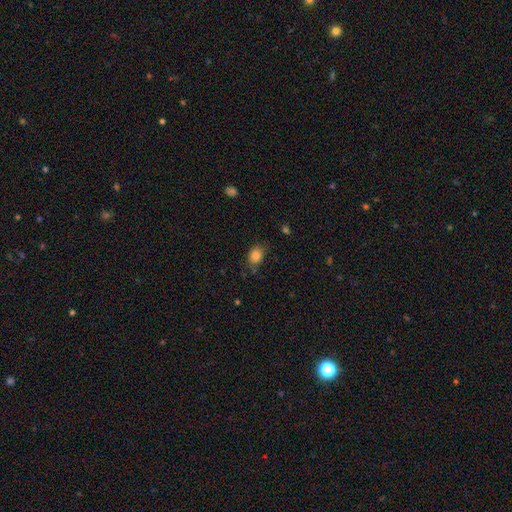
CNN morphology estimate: Smooth or featured? smooth (83%)
How rounded? in between (61%)
Merging? none (74%)